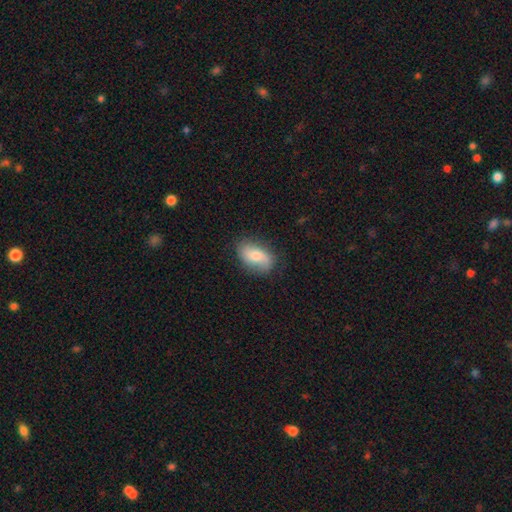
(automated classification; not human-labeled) Overall: smooth (62%; featured or disk 31%). How rounded: in between (90%). Merging: none (76%).